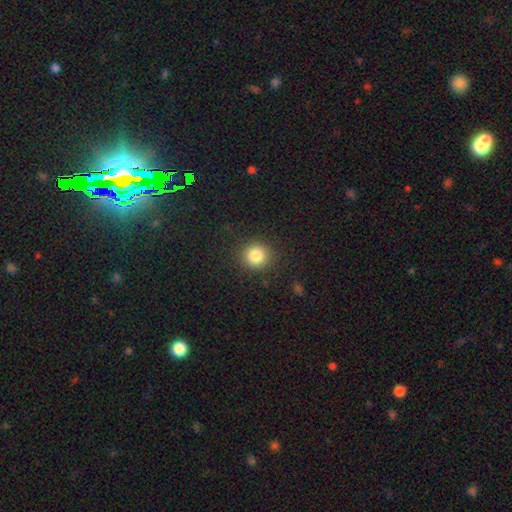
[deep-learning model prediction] A smooth galaxy with no disk features (83%) that is round (92%).

Vote fractions:
- Smooth or featured? smooth: 83% / star or artifact: 11% / featured or disk: 6%
- How rounded? round: 92% / in between: 7% / cigar-shaped: 1%
- Merging? none: 90% / minor disturbance: 7% / major disturbance: 3% / merger: 1%